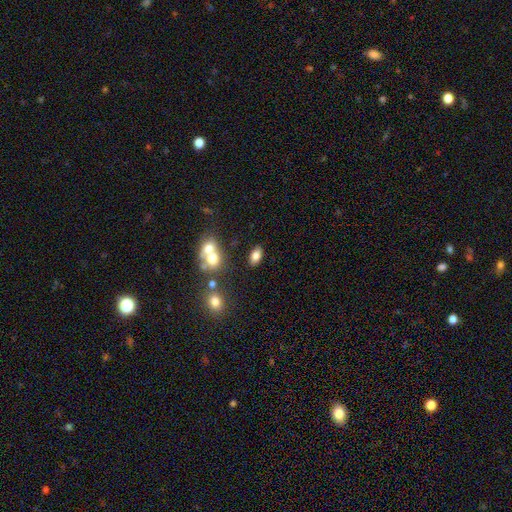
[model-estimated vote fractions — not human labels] Smooth or featured?
  - smooth: 78% *
  - featured or disk: 12%
  - star or artifact: 11%
How rounded?
  - in between: 87% *
  - round: 9%
  - cigar-shaped: 3%
Merging?
  - none: 77% *
  - merger: 10%
  - minor disturbance: 10%
  - major disturbance: 3%